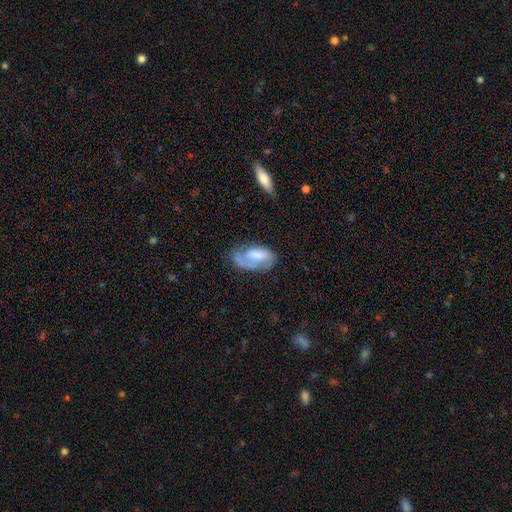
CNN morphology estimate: Smooth or featured? Predicted: featured or disk (p=0.47). Merging? Predicted: none (p=0.43).